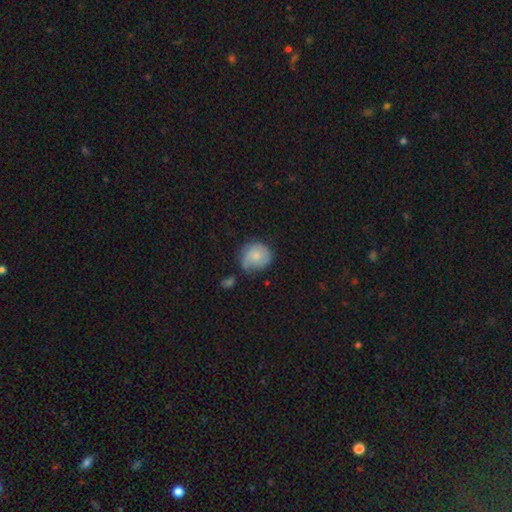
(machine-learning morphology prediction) This appears to be a smooth galaxy with no disk features (71%) that is round (81%). Merging: none (52%).